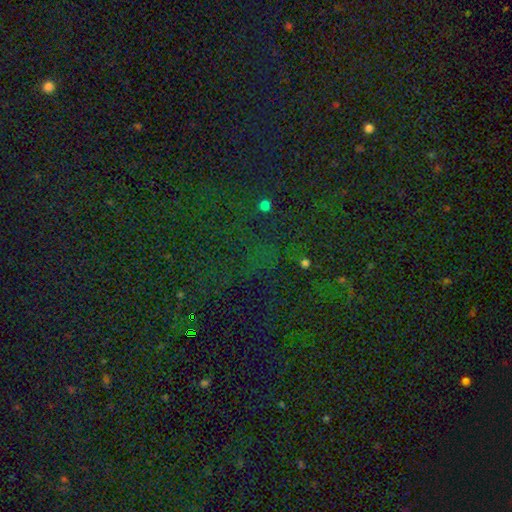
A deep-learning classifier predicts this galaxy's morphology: A star or artifact, not a galaxy (81%).

Vote fractions:
- Smooth or featured? star or artifact: 81% / smooth: 12% / featured or disk: 7%